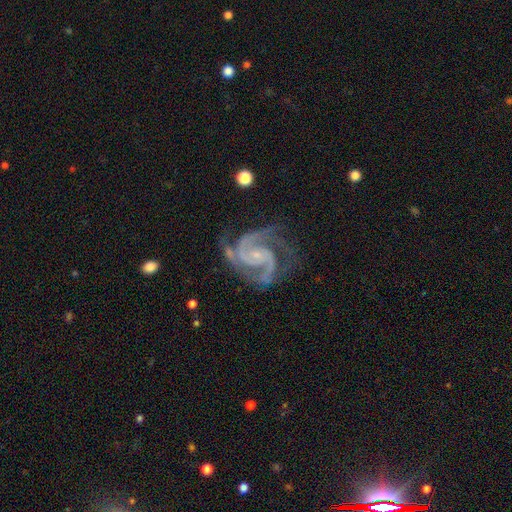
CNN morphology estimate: Smooth or featured: featured or disk — 94% (star or artifact — 4%)
Edge-on disk: no — 98% (yes — 2%)
Bar: no — 55% (weak — 31%)
Spiral arms: yes — 99% (no — 1%)
Spiral winding: medium — 56% (tight — 38%)
Spiral arm count: 2 — 66% (3 — 25%)
Bulge size: small — 81% (moderate — 12%)
Merging: none — 69% (minor disturbance — 19%)